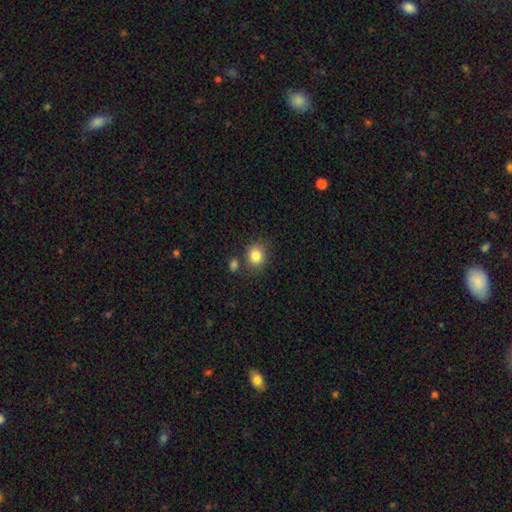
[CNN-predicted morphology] This is clearly a smooth galaxy (84%). How rounded: likely round (72%). Merging: likely none (75%).